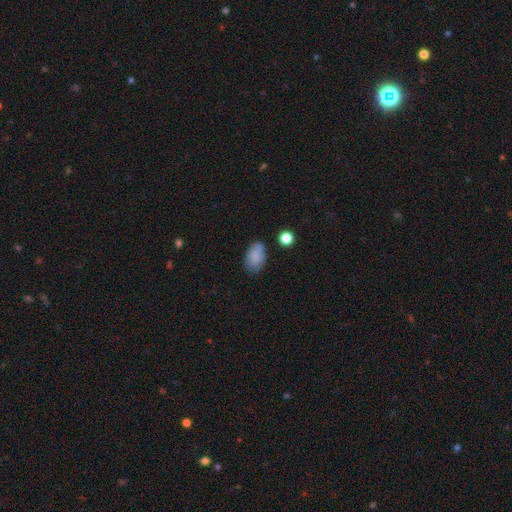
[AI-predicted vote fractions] smooth_or_featured: smooth (p=0.83) [alt: star or artifact p=0.09]
how_rounded: in between (p=0.87) [alt: round p=0.11]
merging: none (p=0.63) [alt: minor disturbance p=0.24]